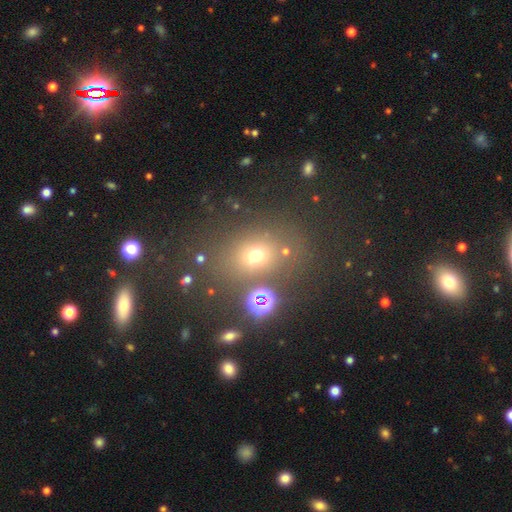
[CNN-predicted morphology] smooth-or-featured: smooth: 64% | star or artifact: 25% | featured or disk: 11%
  how-rounded: in between: 51% | round: 47% | cigar-shaped: 2%
  merging: none: 71% | minor disturbance: 13% | merger: 8% | major disturbance: 8%